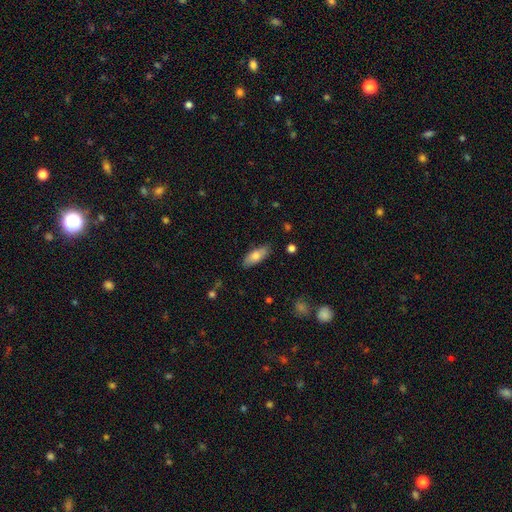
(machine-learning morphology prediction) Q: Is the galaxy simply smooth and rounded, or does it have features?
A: smooth — 72%.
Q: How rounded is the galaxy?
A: in between — 74%.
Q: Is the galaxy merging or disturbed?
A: none — 85%.